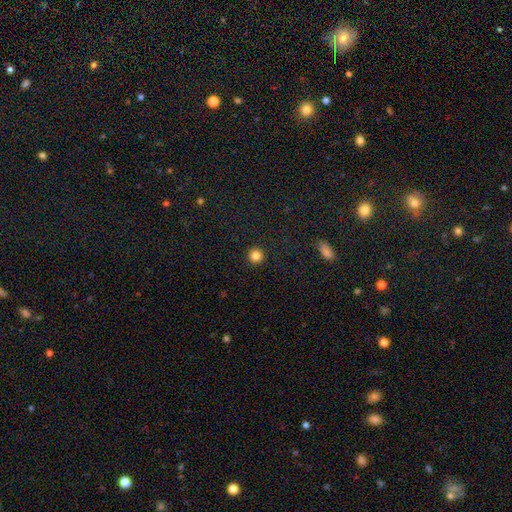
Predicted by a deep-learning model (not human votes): Smooth or featured? Predicted: smooth (p=0.84). How rounded? Predicted: round (p=0.96). Merging? Predicted: none (p=0.93).